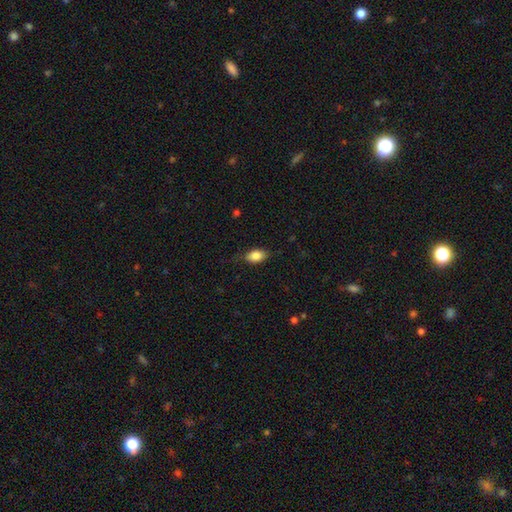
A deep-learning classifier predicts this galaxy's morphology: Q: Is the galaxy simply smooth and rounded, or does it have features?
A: smooth — 84%.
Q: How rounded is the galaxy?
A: in between — 88%.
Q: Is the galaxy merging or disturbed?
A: none — 77%.